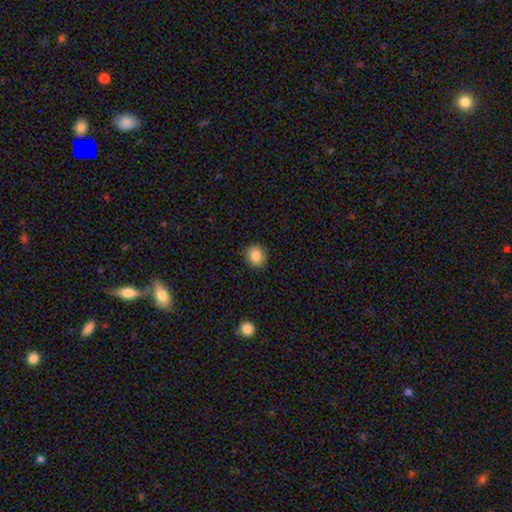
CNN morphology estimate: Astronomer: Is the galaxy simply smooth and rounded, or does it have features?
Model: smooth — 86%.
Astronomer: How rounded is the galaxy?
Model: round — 81%.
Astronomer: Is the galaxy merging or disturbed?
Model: none — 88%.